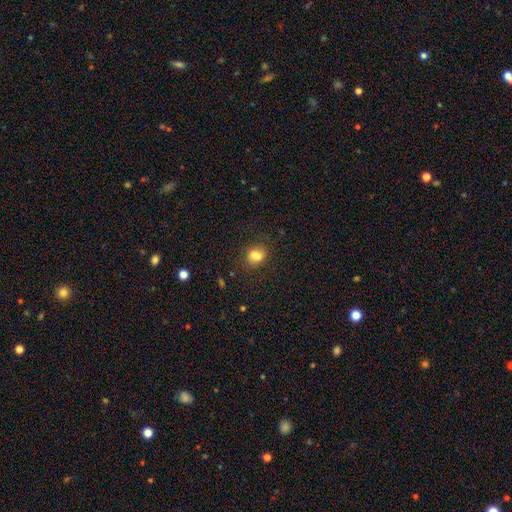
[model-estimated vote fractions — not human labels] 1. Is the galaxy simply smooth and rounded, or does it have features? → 76% smooth, 13% star or artifact, 11% featured or disk.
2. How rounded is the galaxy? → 50% in between, 48% round, 2% cigar-shaped.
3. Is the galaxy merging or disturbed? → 58% none, 19% merger, 17% minor disturbance, 6% major disturbance.